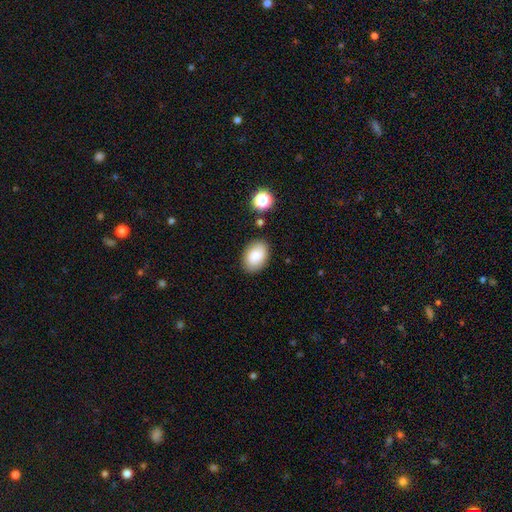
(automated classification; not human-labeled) The model was most divided on "how rounded": in between: 85%, round: 14%, cigar-shaped: 1%. More confident: merging — none (84%); smooth or featured — smooth (82%).